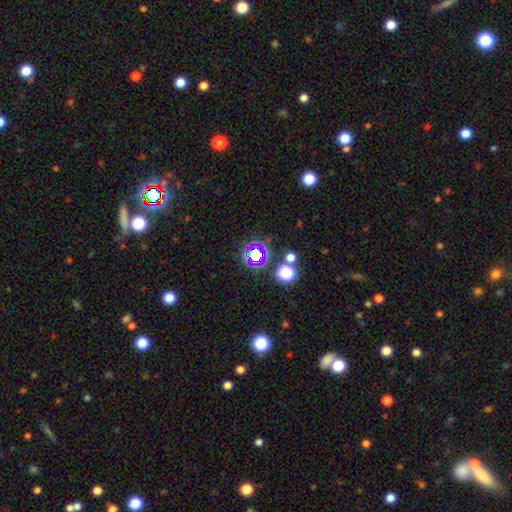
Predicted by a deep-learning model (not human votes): Smooth or featured: star or artifact — 64% (smooth — 26%)